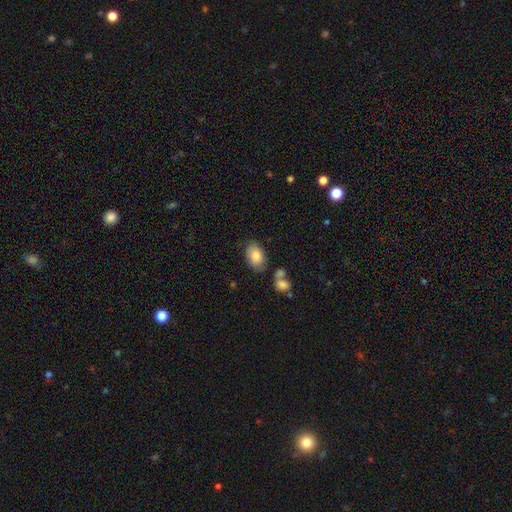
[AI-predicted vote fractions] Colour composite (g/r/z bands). It shows a smooth galaxy with no disk features (79%) that is in between round and cigar-shaped (90%). Merging: none (69%).